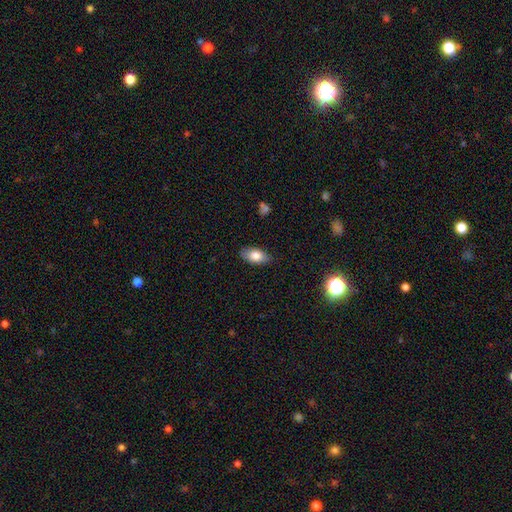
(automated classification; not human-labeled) smooth_or_featured: smooth (p=0.79) [alt: featured or disk p=0.14]
how_rounded: in between (p=0.91) [alt: round p=0.05]
merging: none (p=0.83) [alt: minor disturbance p=0.14]